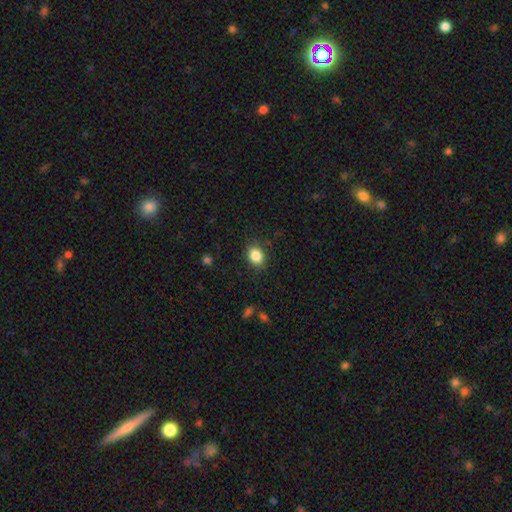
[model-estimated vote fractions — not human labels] Q: Smooth or featured?
A: smooth (86%); runner-up: star or artifact (9%)
Q: How rounded?
A: in between (60%); runner-up: round (39%)
Q: Merging?
A: none (85%); runner-up: minor disturbance (11%)